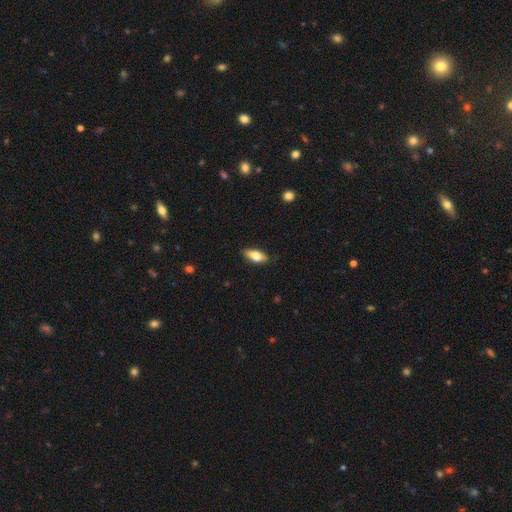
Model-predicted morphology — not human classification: This appears to be a smooth galaxy with no disk features (80%) that is in between round and cigar-shaped (84%). Merging: none (81%).